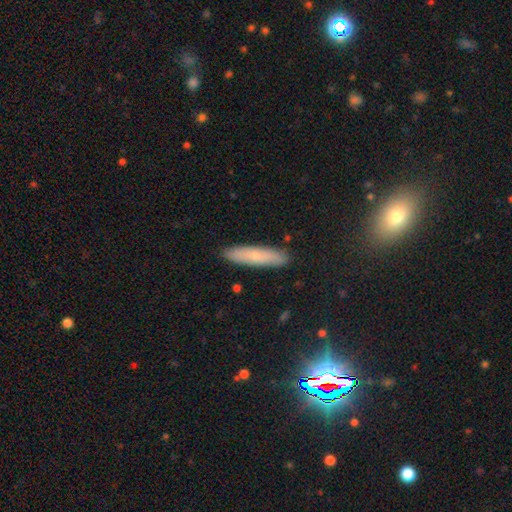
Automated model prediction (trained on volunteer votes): smooth_or_featured: smooth (p=0.69) [alt: featured or disk p=0.23]
how_rounded: cigar-shaped (p=0.81) [alt: in between p=0.17]
merging: none (p=0.89) [alt: minor disturbance p=0.08]